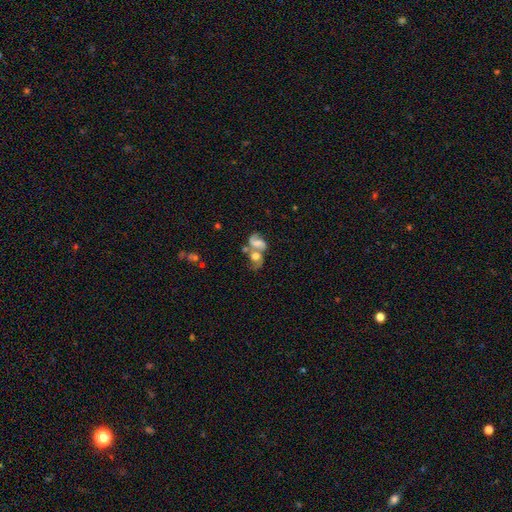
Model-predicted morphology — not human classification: Smooth or featured: featured or disk — 58% (smooth — 31%)
Edge-on disk: no — 97% (yes — 3%)
Bar: no — 58% (weak — 31%)
Spiral arms: yes — 76% (no — 24%)
Bulge size: moderate — 35% (large — 24%)
Merging: merger — 64% (none — 16%)